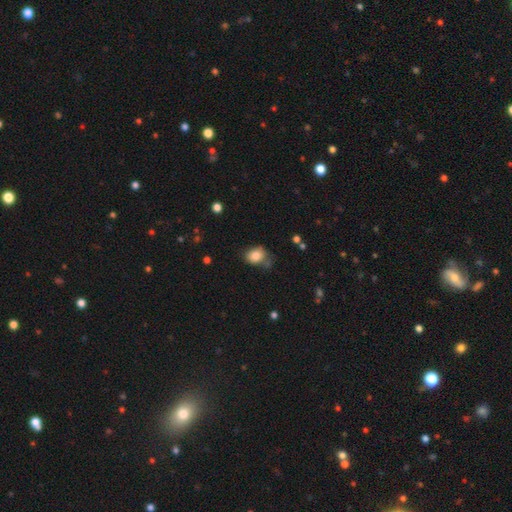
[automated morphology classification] Smooth or featured: smooth — 83% (star or artifact — 9%)
How rounded: in between — 53% (round — 46%)
Merging: none — 60% (minor disturbance — 25%)